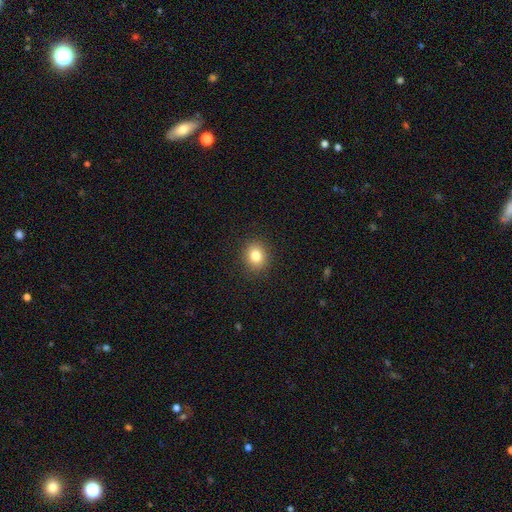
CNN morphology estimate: This is clearly a smooth galaxy (83%). How rounded: likely round (70%). Merging: clearly none (90%).